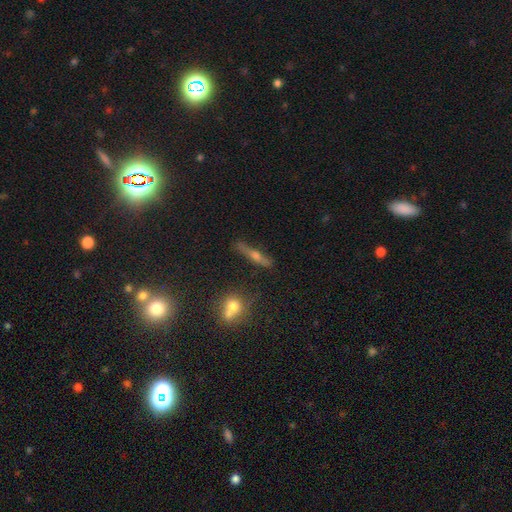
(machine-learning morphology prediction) type=featured or disk (59%); edge-on=yes (91%); edge-on bulge=rounded (86%); merging=none (79%).